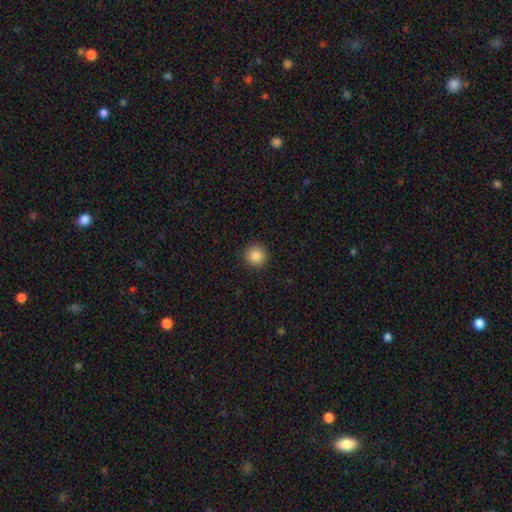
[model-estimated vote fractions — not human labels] A smooth galaxy with no disk features (86%) that is round (95%). Merging: none (93%).